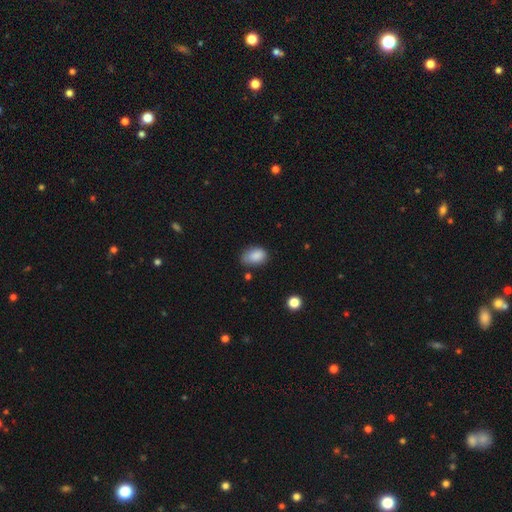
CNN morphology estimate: Smooth or featured? smooth (86%)
How rounded? in between (84%)
Merging? none (59%)